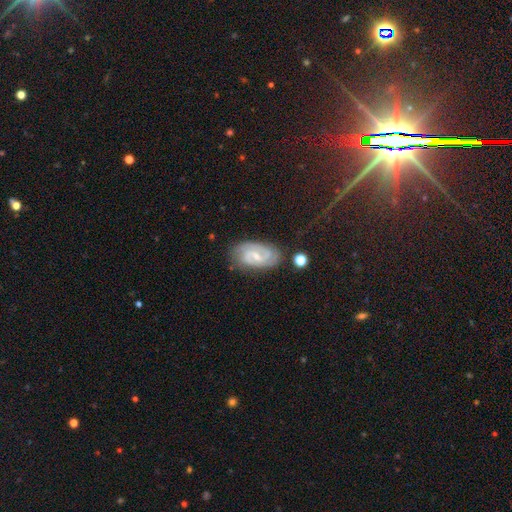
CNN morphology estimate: This appears to be a featured or disk galaxy (84%) with a weak bar (55%), 2 (79%) tight (50%) spiral arms (97%) and a small central bulge (65%). Merging: none (78%).